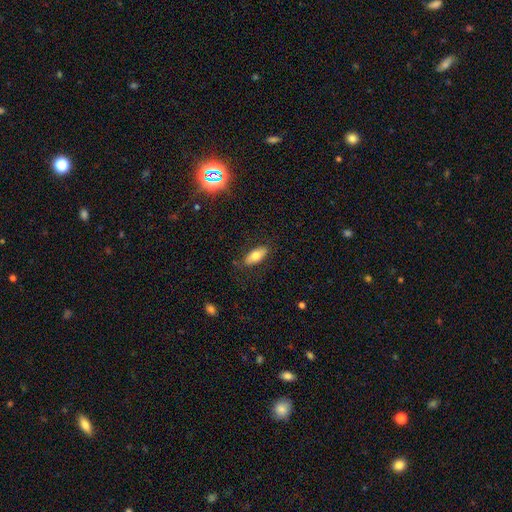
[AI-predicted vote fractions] A smooth galaxy with no disk features (70%) that is in between round and cigar-shaped (80%). Merging: none (83%).